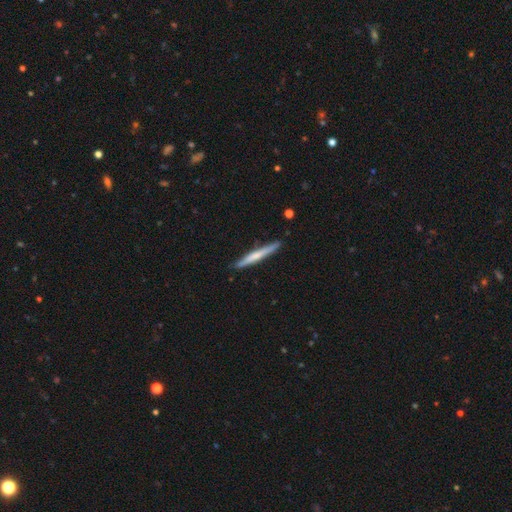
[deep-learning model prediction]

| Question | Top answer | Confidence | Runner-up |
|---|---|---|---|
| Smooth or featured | smooth | 50% | featured or disk (45%) |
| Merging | none | 87% | minor disturbance (9%) |